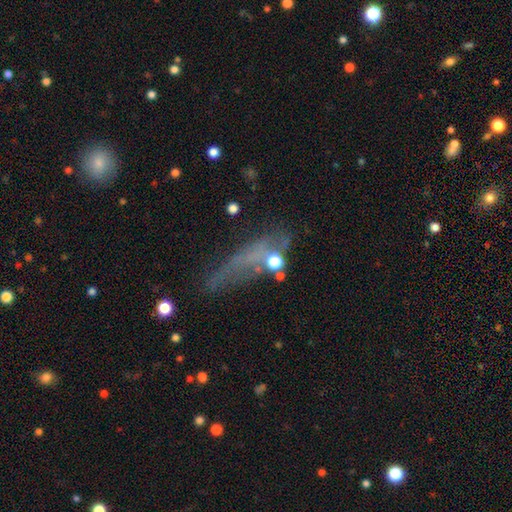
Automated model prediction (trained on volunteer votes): Morphology: type=smooth (39%); merging=none (36%).